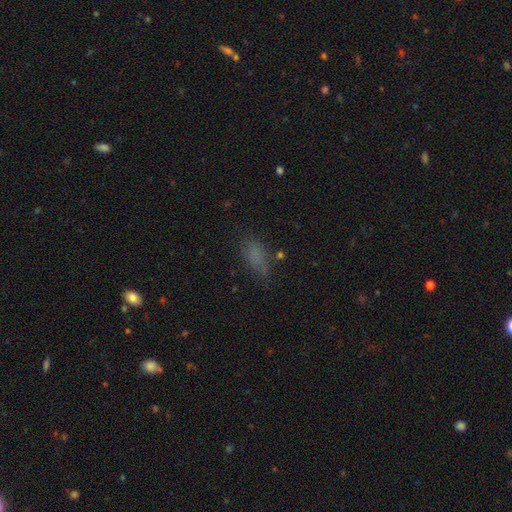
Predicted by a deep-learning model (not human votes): Morphology: type=smooth (73%); roundness=in between (80%); merging=none (61%).